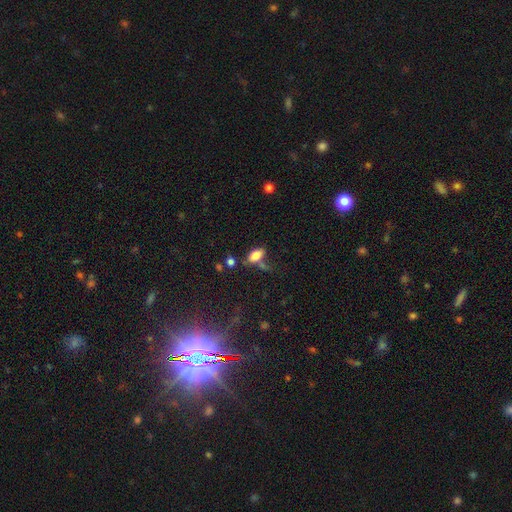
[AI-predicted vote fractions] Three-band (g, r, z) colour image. It shows a smooth galaxy with no disk features (78%) that is in between round and cigar-shaped (88%). Merging: none (57%).